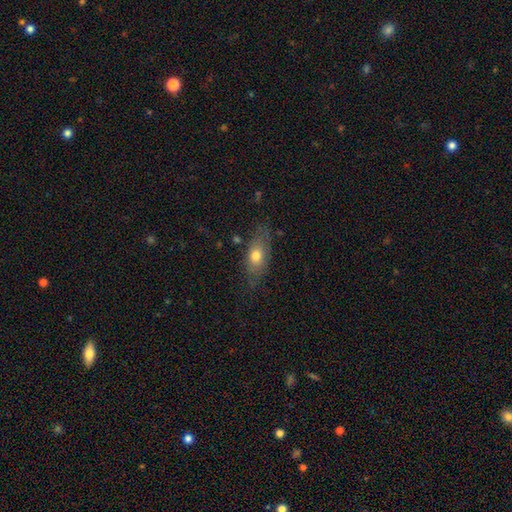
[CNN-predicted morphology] Smooth or featured? Predicted: smooth (p=0.68). How rounded? Predicted: in between (p=0.77). Merging? Predicted: none (p=0.70).